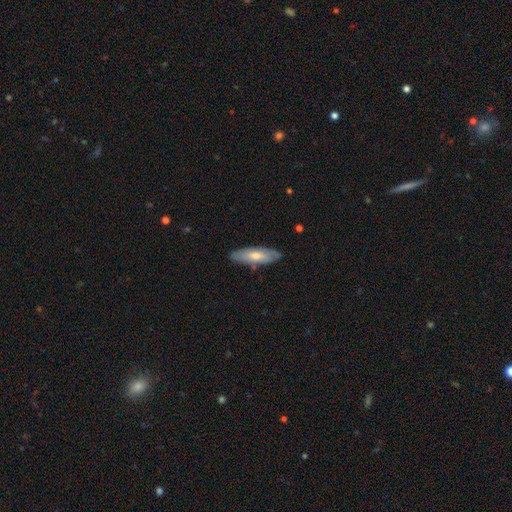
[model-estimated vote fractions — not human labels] Smooth or featured: smooth — 56% (featured or disk — 37%)
How rounded: in between — 51% (cigar-shaped — 48%)
Merging: none — 84% (minor disturbance — 13%)